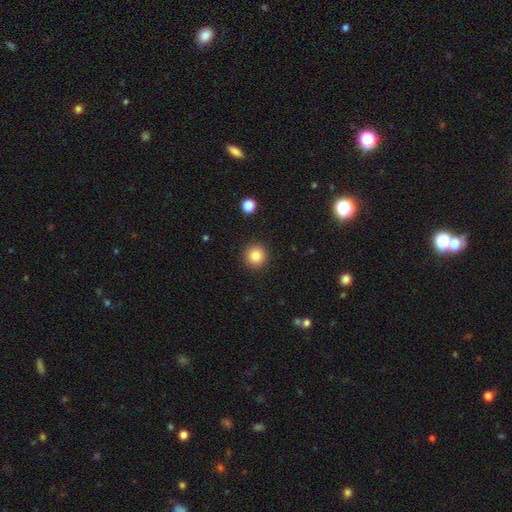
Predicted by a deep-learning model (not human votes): Smooth or featured? Predicted: smooth (p=0.84). How rounded? Predicted: round (p=0.95). Merging? Predicted: none (p=0.92).